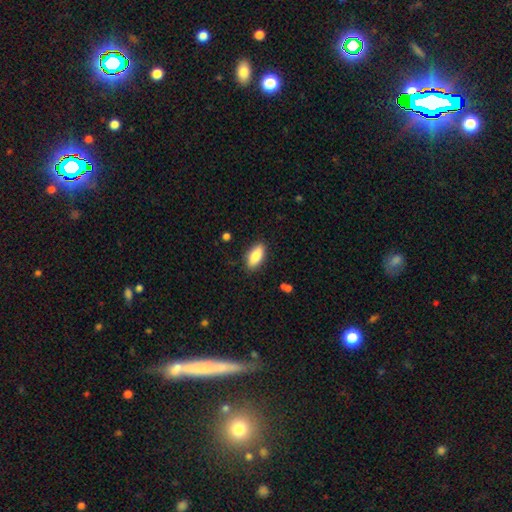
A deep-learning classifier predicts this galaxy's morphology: The model was most divided on "how rounded": in between: 85%, cigar-shaped: 13%, round: 2%. More confident: merging — none (87%); smooth or featured — smooth (85%).